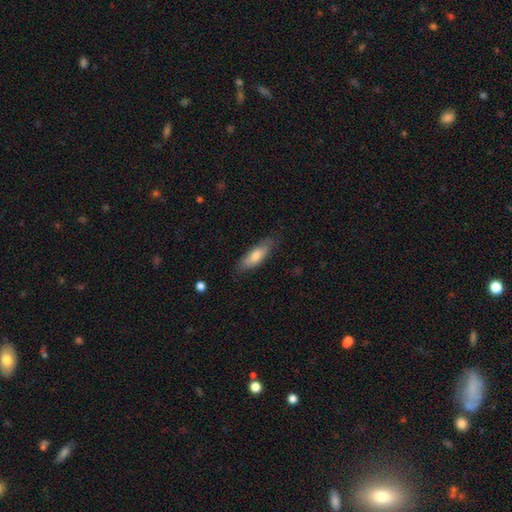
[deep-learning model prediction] This is likely a smooth galaxy (71%). How rounded: possibly in between (50%). Merging: likely none (79%).